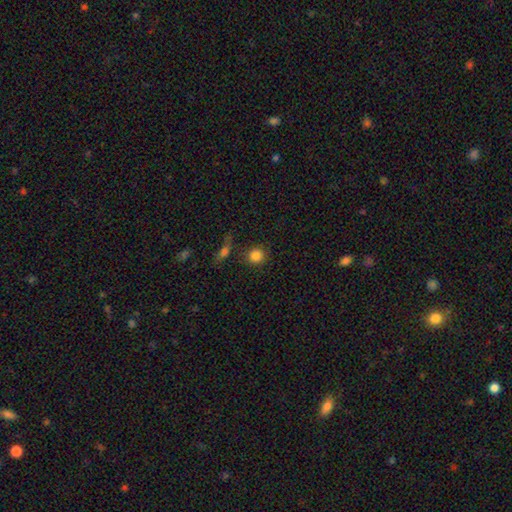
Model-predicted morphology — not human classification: Smooth or featured? Predicted: smooth (p=0.84). How rounded? Predicted: round (p=0.89). Merging? Predicted: none (p=0.81).